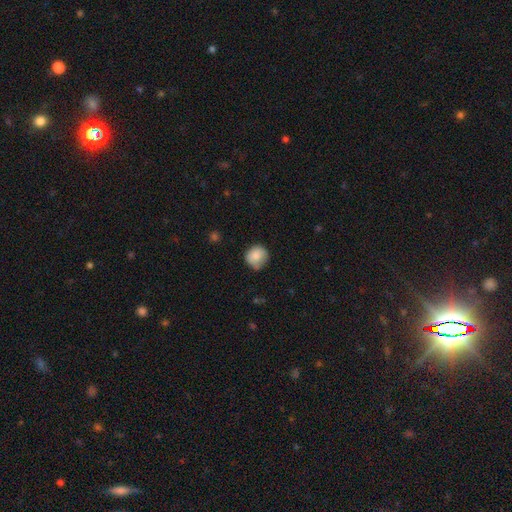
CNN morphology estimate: A smooth galaxy with no disk features (83%) that is round (85%).

Vote fractions:
- Smooth or featured? smooth: 83% / featured or disk: 9% / star or artifact: 8%
- How rounded? round: 85% / in between: 14% / cigar-shaped: 1%
- Merging? none: 69% / minor disturbance: 25% / major disturbance: 5% / merger: 1%